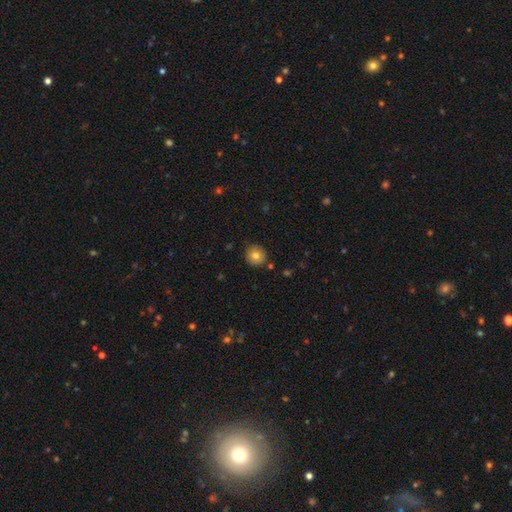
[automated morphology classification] Smooth or featured: smooth — 79% (featured or disk — 11%)
How rounded: round — 92% (in between — 7%)
Merging: none — 85% (minor disturbance — 11%)